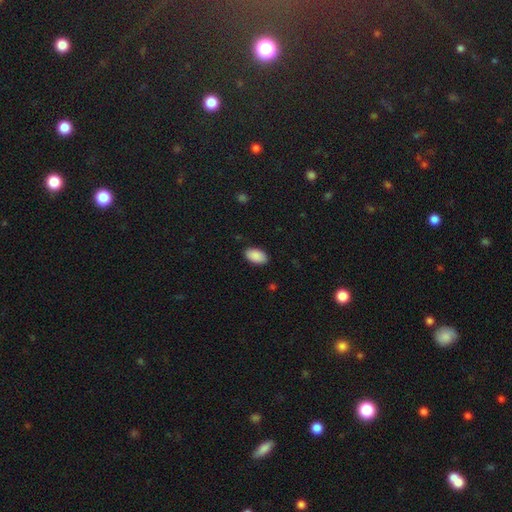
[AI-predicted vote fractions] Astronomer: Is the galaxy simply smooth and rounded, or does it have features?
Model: smooth — 91%.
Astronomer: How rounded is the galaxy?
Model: in between — 94%.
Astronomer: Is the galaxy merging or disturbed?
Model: none — 88%.